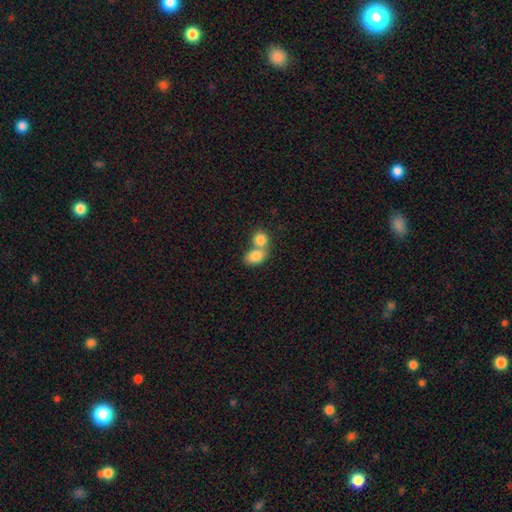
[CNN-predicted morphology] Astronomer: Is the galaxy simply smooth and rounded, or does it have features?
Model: smooth — 82%.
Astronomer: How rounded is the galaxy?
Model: in between — 63%.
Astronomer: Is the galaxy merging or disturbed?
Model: merger — 62%.